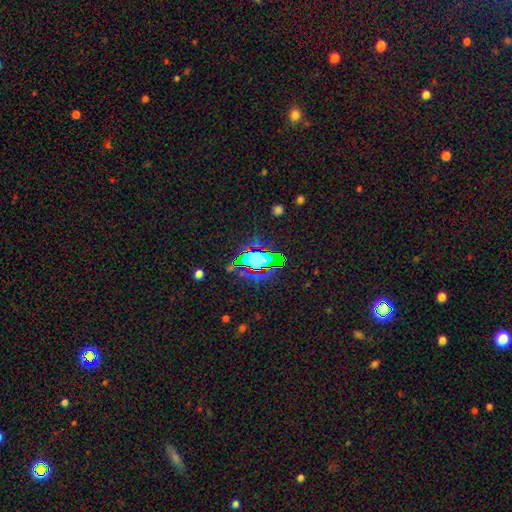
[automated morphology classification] Smooth or featured: star or artifact — 52% (smooth — 33%)